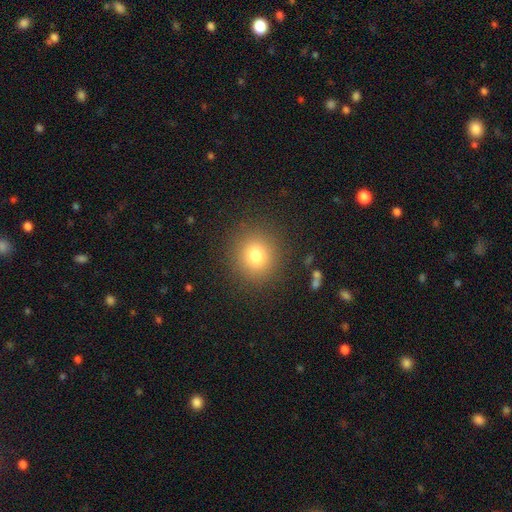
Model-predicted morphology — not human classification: A smooth galaxy with no disk features (79%) that is round (90%).

Vote fractions:
- Smooth or featured? smooth: 79% / star or artifact: 13% / featured or disk: 9%
- How rounded? round: 90% / in between: 10% / cigar-shaped: 1%
- Merging? none: 89% / minor disturbance: 7% / major disturbance: 3% / merger: 1%